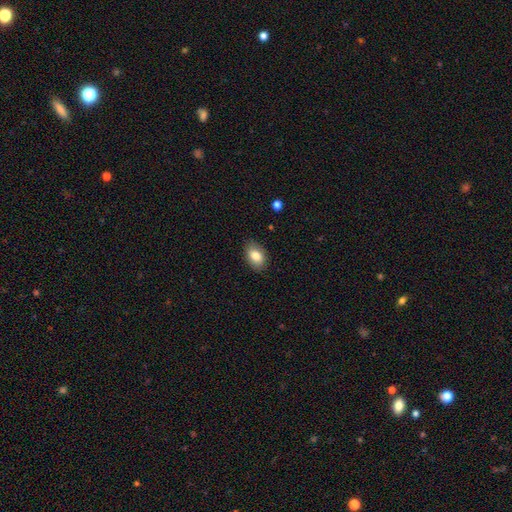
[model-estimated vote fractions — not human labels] Morphology: type=smooth (82%); roundness=in between (87%); merging=none (85%).